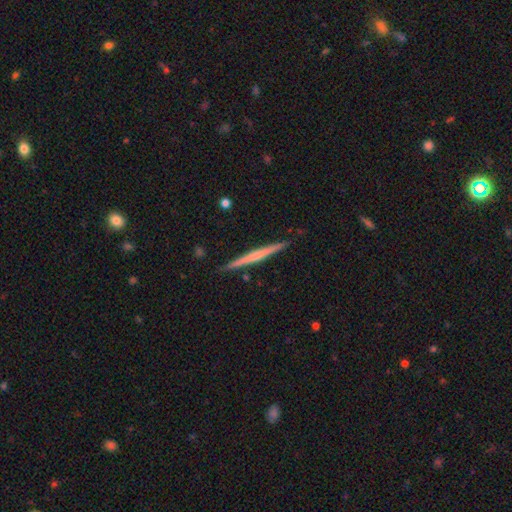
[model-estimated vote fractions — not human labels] Q: Smooth or featured?
A: featured or disk (61%); runner-up: smooth (34%)
Q: Edge-on disk?
A: yes (98%); runner-up: no (2%)
Q: Edge-on bulge?
A: none (54%); runner-up: rounded (38%)
Q: Merging?
A: none (91%); runner-up: minor disturbance (7%)